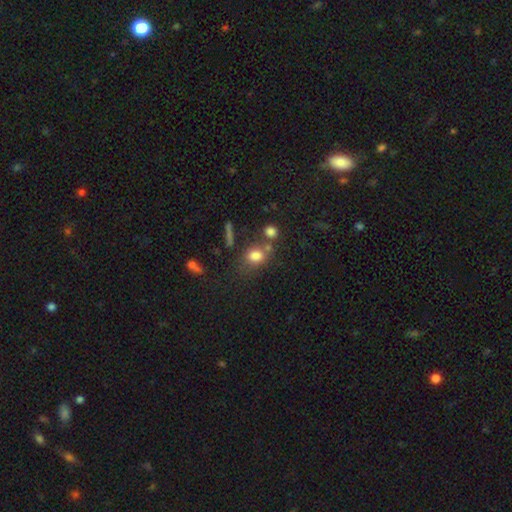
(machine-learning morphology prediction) smooth_or_featured: smooth (p=0.77) [alt: star or artifact p=0.13]
how_rounded: in between (p=0.60) [alt: round p=0.38]
merging: none (p=0.56) [alt: merger p=0.22]